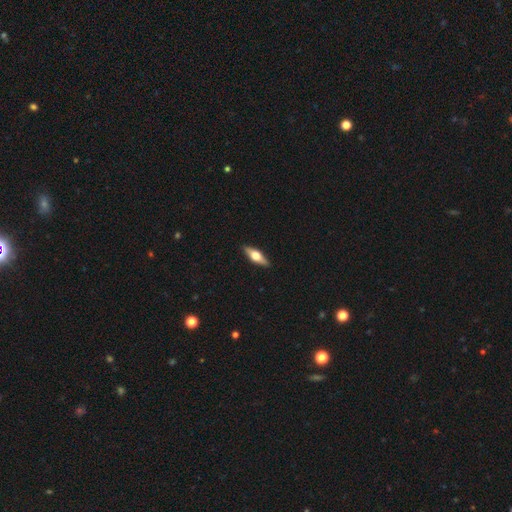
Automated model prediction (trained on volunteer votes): This appears to be a featured or disk galaxy (54%) viewed edge-on (93%) with a rounded central bulge (94%). Merging: none (90%).